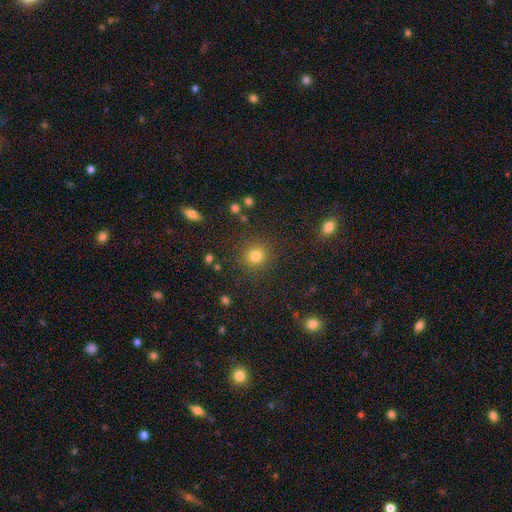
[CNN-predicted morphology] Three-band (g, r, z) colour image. It shows a smooth galaxy with no disk features (79%) that is round (91%). Merging: none (88%).